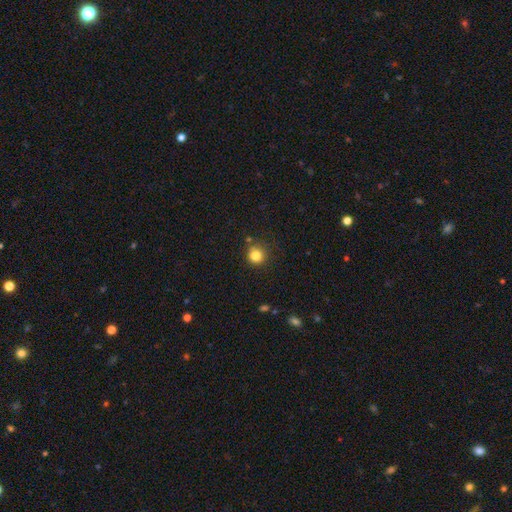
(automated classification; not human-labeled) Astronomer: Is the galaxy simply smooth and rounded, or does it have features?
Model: smooth — 82%.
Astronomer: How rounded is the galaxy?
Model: round — 92%.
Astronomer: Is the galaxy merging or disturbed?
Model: none — 80%.